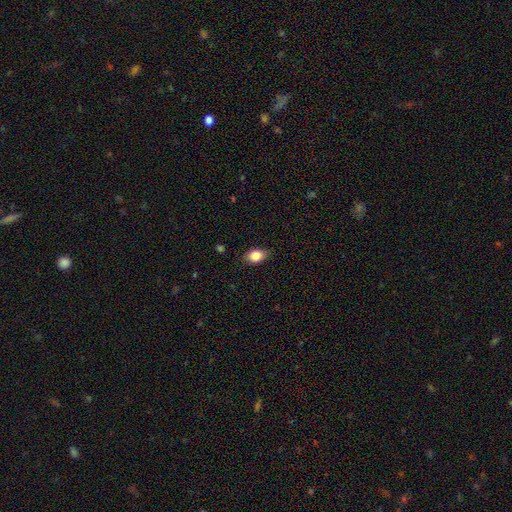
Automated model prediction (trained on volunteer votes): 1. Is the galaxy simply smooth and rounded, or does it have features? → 84% smooth, 8% star or artifact, 8% featured or disk.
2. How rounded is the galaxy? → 78% in between, 20% round, 2% cigar-shaped.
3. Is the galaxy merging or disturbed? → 82% none, 14% minor disturbance, 3% major disturbance, 1% merger.